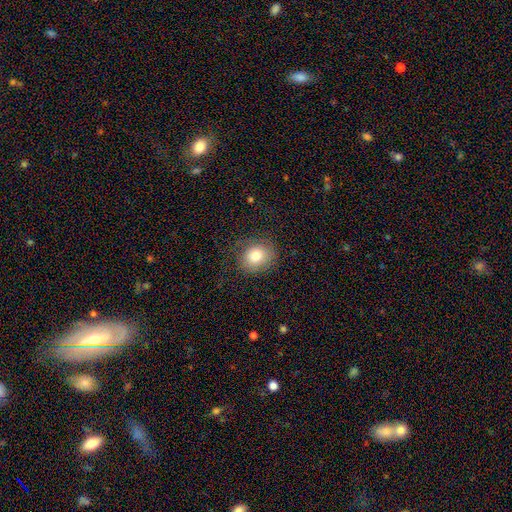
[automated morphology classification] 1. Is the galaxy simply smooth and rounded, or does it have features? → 79% smooth, 11% featured or disk, 10% star or artifact.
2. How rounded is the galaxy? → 64% round, 35% in between, 1% cigar-shaped.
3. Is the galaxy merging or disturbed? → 78% none, 14% minor disturbance, 7% major disturbance, 1% merger.